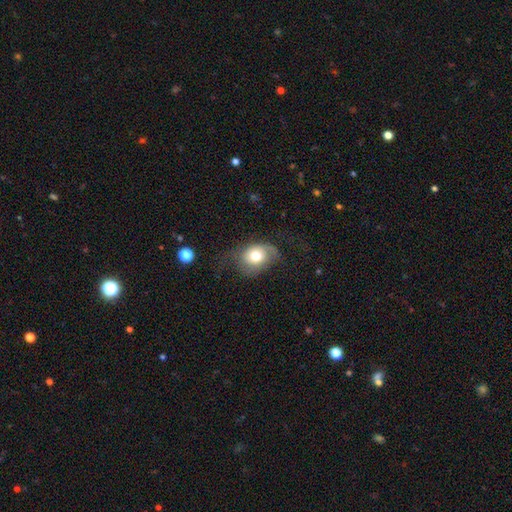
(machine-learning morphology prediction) smooth-or-featured: smooth: 61% | featured or disk: 31% | star or artifact: 9%
  how-rounded: in between: 59% | round: 39% | cigar-shaped: 1%
  merging: none: 39% | minor disturbance: 30% | major disturbance: 28% | merger: 2%